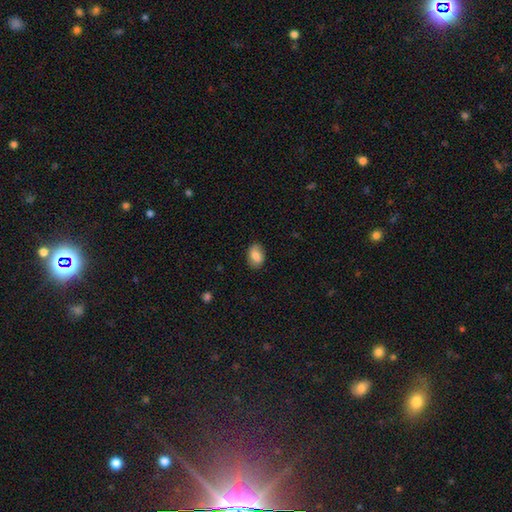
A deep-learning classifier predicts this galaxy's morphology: type=smooth (81%); roundness=in between (83%); merging=none (84%).